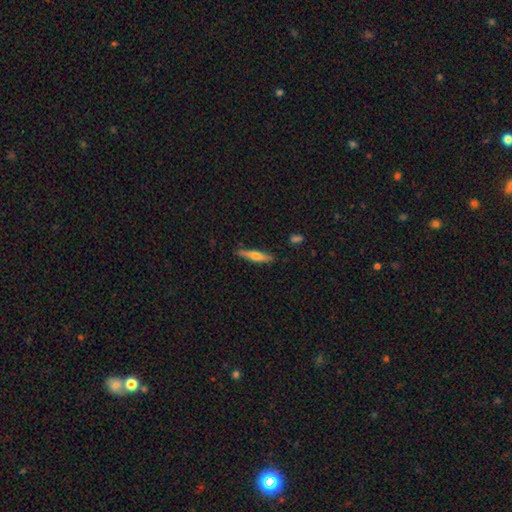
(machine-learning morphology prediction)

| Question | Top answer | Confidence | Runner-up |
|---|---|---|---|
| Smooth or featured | smooth | 54% | featured or disk (40%) |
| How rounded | cigar-shaped | 88% | in between (10%) |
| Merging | none | 84% | minor disturbance (12%) |